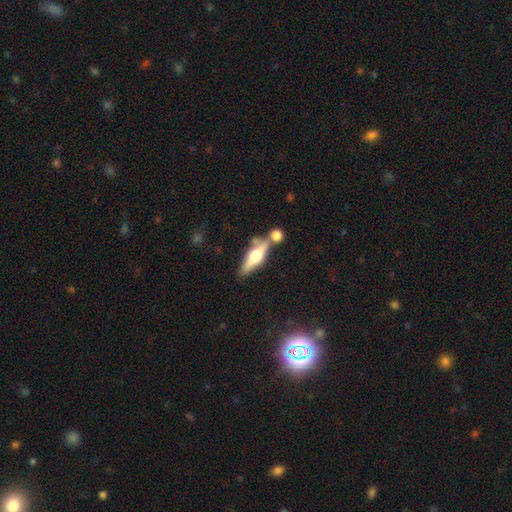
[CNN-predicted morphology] This appears to be a featured or disk galaxy (61%) viewed edge-on (93%) with a rounded central bulge (93%). Merging: none (62%).